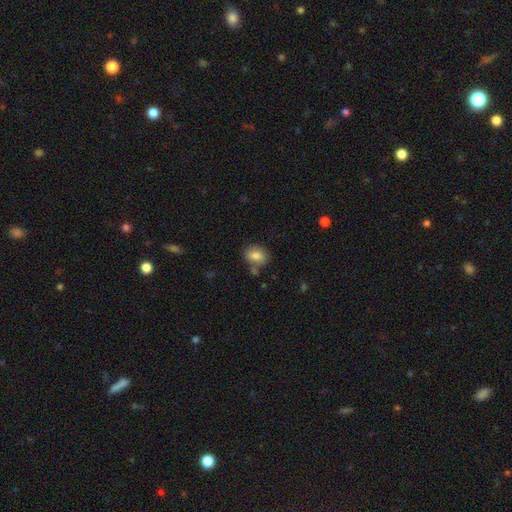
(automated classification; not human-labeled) A smooth galaxy with no disk features (84%) that is in between round and cigar-shaped (62%).

Vote fractions:
- Smooth or featured? smooth: 84% / star or artifact: 9% / featured or disk: 8%
- How rounded? in between: 62% / round: 36% / cigar-shaped: 1%
- Merging? none: 71% / minor disturbance: 14% / merger: 11% / major disturbance: 4%